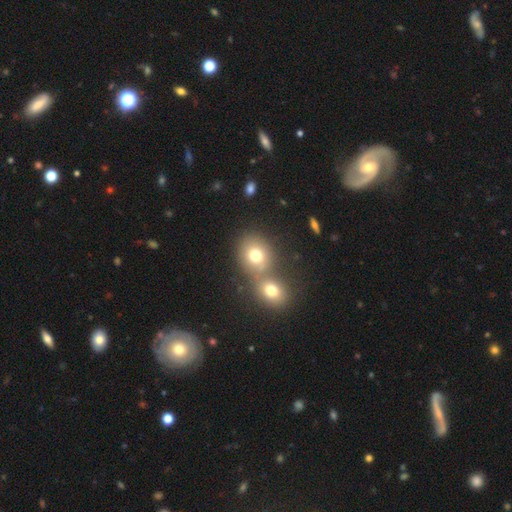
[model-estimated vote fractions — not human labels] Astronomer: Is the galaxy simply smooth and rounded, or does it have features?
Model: smooth — 74%.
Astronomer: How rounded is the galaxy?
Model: round — 70%.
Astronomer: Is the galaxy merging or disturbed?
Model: merger — 46% (runner-up: none, 43%).